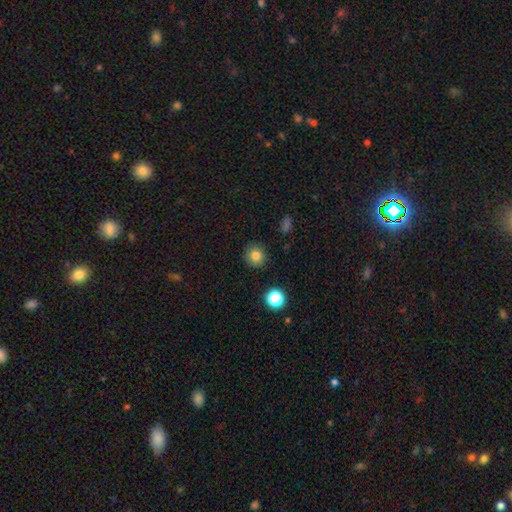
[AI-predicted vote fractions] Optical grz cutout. It shows a smooth galaxy with no disk features (80%) that is round (93%). Merging: none (90%).